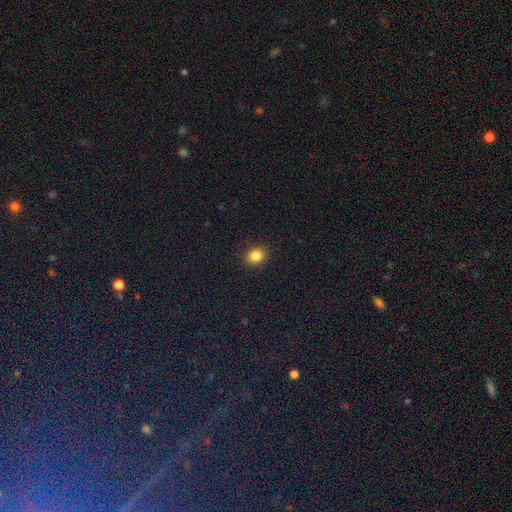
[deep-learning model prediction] This appears to be a smooth galaxy with no disk features (85%) that is round (65%). Merging: none (90%).